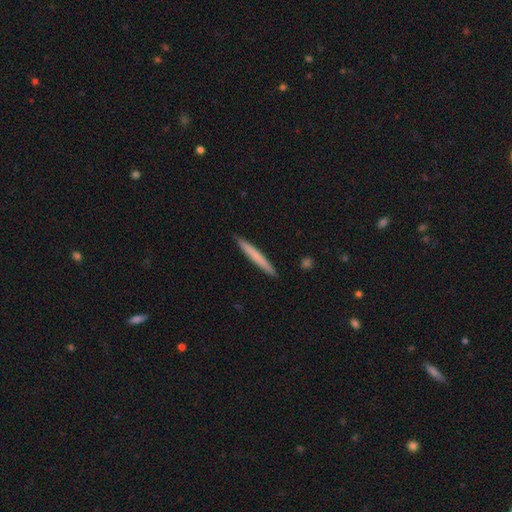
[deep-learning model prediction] Smooth or featured?
  - smooth: 69% *
  - featured or disk: 26%
  - star or artifact: 5%
How rounded?
  - cigar-shaped: 97% *
  - in between: 2%
  - round: 1%
Merging?
  - none: 92% *
  - minor disturbance: 6%
  - major disturbance: 1%
  - merger: 1%